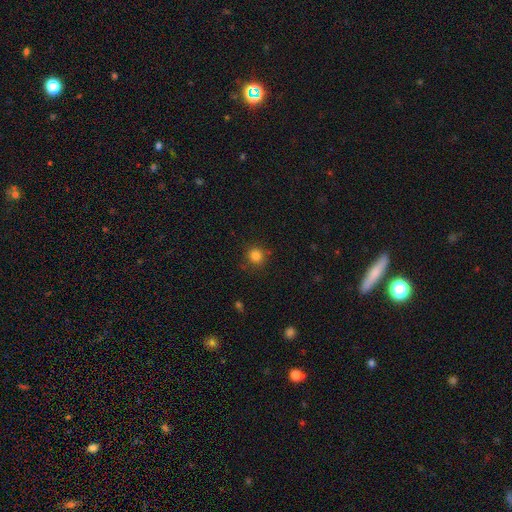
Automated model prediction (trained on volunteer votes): Smooth or featured? smooth (83%)
How rounded? round (91%)
Merging? none (83%)